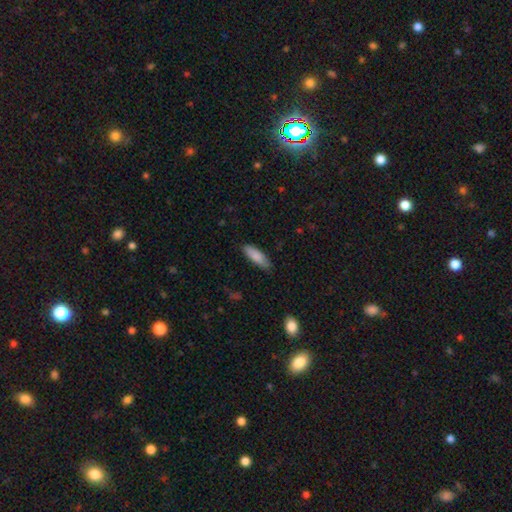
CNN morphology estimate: smooth 86%, featured or disk 8%, star or artifact 6%. Down the decision tree: how rounded — in between (52%); merging — none (82%).